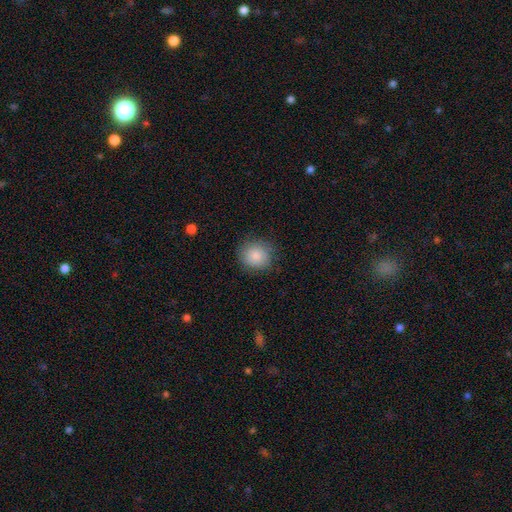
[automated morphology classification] type=smooth (83%); roundness=round (88%); merging=none (82%).